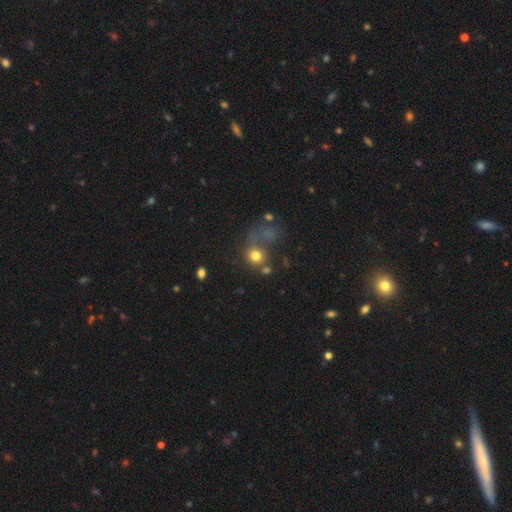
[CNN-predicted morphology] smooth-or-featured: smooth: 73% | star or artifact: 14% | featured or disk: 13%
  how-rounded: round: 80% | in between: 19% | cigar-shaped: 1%
  merging: none: 39% | major disturbance: 25% | merger: 22% | minor disturbance: 15%